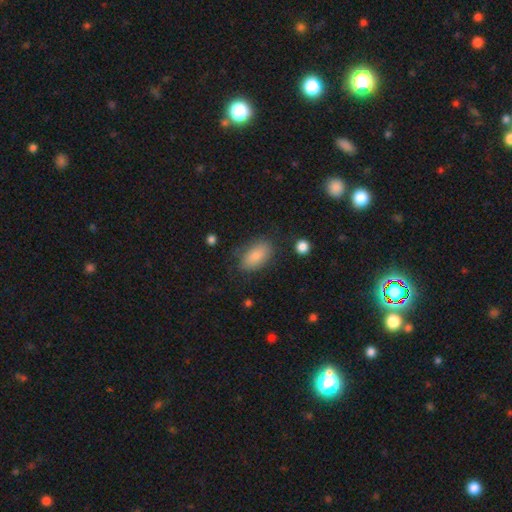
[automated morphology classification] Smooth or featured? smooth (85%)
How rounded? in between (92%)
Merging? none (73%)